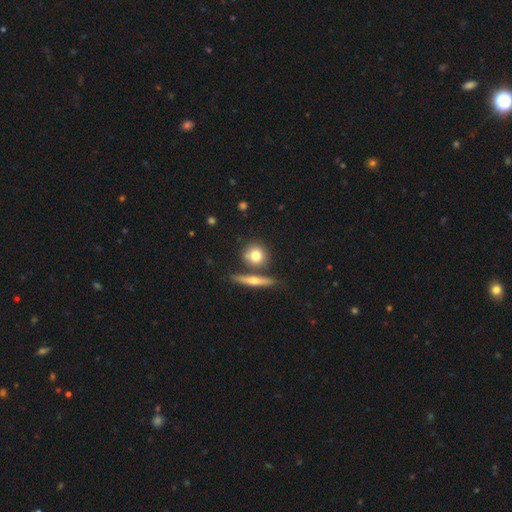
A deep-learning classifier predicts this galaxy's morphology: A smooth galaxy with no disk features (71%) that is round (80%). Merging: none (66%).